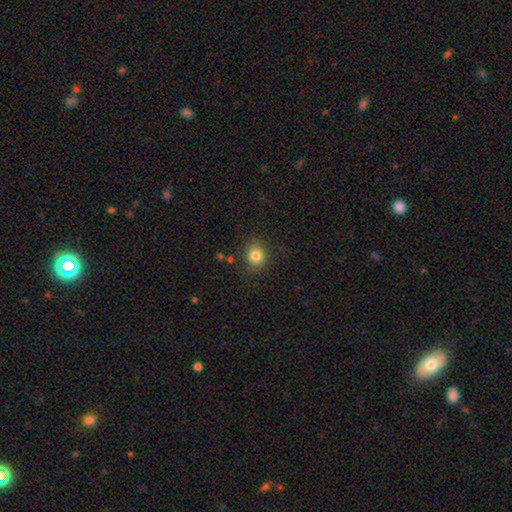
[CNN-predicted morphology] This appears to be a smooth galaxy with no disk features (82%) that is round (73%). Merging: none (83%).